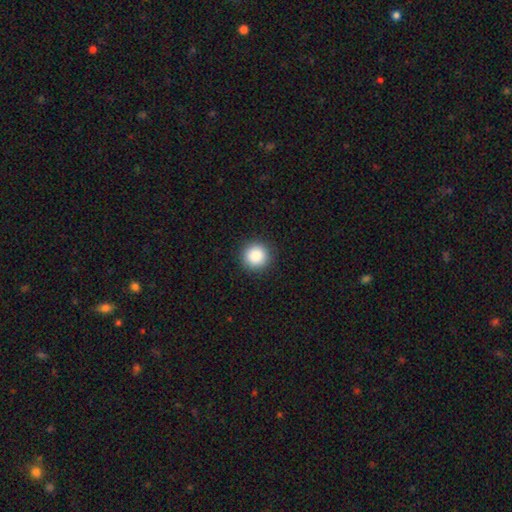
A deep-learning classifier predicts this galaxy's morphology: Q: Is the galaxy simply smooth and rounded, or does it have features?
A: smooth — 88%.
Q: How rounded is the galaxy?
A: round — 95%.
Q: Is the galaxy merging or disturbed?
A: none — 92%.